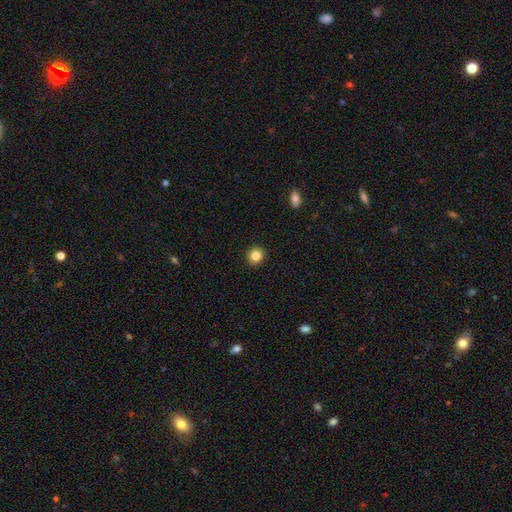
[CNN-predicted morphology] A smooth galaxy with no disk features (85%) that is round (89%).

Vote fractions:
- Smooth or featured? smooth: 85% / star or artifact: 11% / featured or disk: 4%
- How rounded? round: 89% / in between: 10% / cigar-shaped: 1%
- Merging? none: 93% / minor disturbance: 5% / major disturbance: 2% / merger: 1%